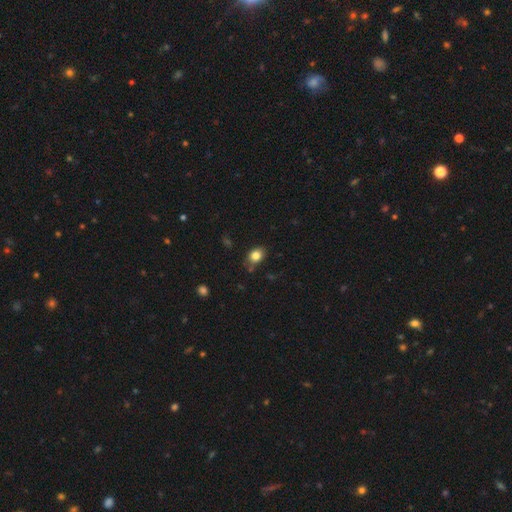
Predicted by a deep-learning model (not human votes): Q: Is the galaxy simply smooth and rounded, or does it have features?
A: smooth — 84%.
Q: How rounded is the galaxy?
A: in between — 62%.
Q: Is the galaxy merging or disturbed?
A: none — 75%.